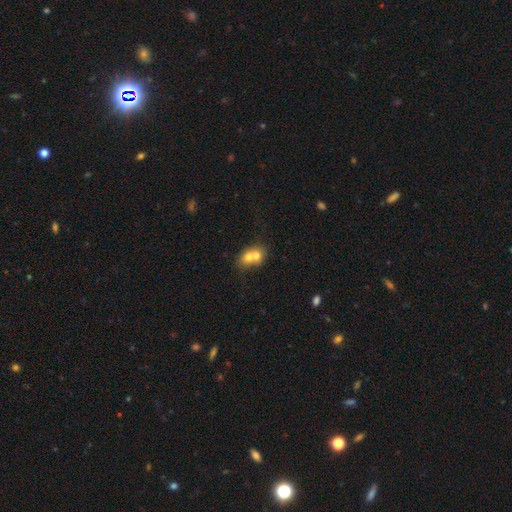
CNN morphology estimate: This is likely a smooth galaxy (67%). How rounded: possibly round (53%). Merging: likely merger (71%).